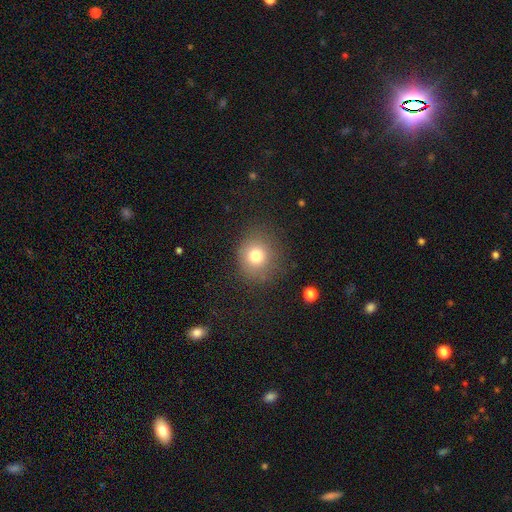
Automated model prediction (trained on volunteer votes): Smooth or featured: smooth — 76% (star or artifact — 13%)
How rounded: round — 82% (in between — 17%)
Merging: none — 80% (minor disturbance — 13%)